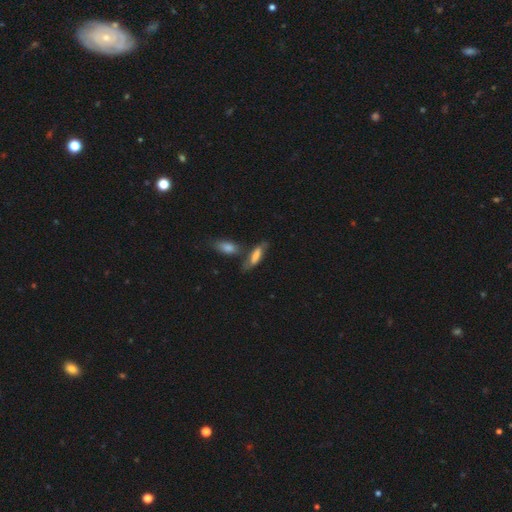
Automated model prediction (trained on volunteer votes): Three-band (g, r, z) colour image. It shows a smooth galaxy with no disk features (63%) that is in between round and cigar-shaped (50%). Merging: none (57%).